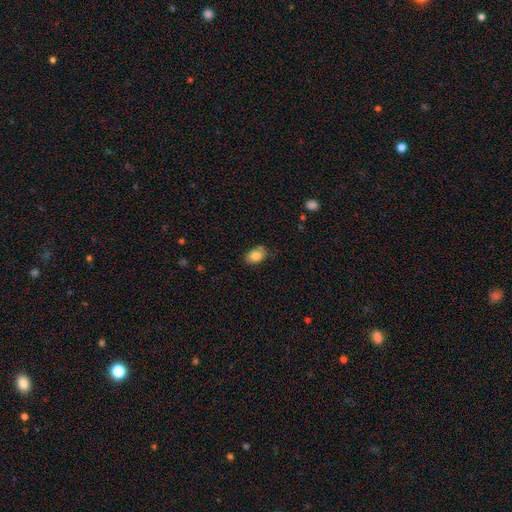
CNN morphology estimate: This appears to be a smooth galaxy with no disk features (82%) that is in between round and cigar-shaped (80%). Merging: none (74%).